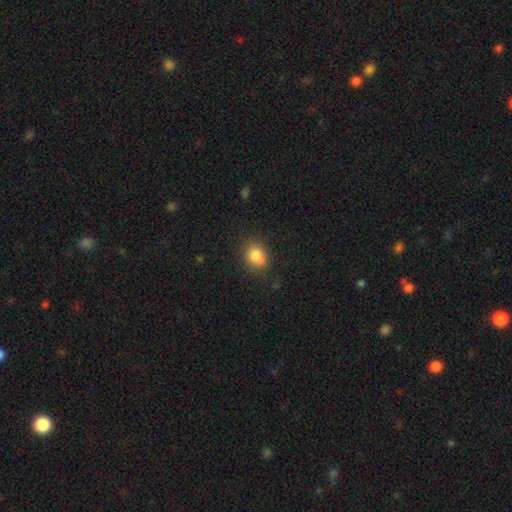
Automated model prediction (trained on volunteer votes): smooth_or_featured: smooth (p=0.79) [alt: featured or disk p=0.11]
how_rounded: round (p=0.66) [alt: in between p=0.33]
merging: none (p=0.57) [alt: merger p=0.21]